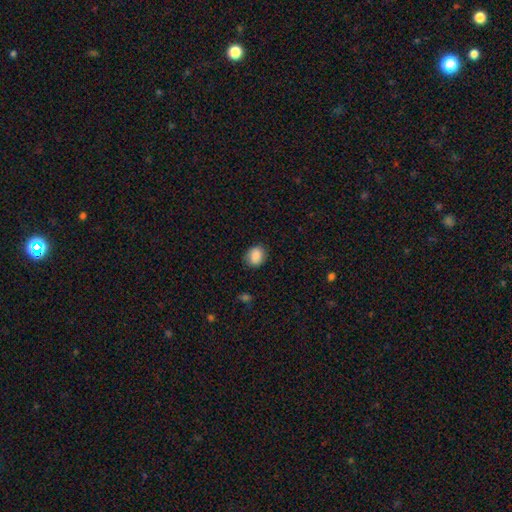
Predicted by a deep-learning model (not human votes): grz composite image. It shows a smooth galaxy with no disk features (87%) that is round (58%). Merging: none (84%).